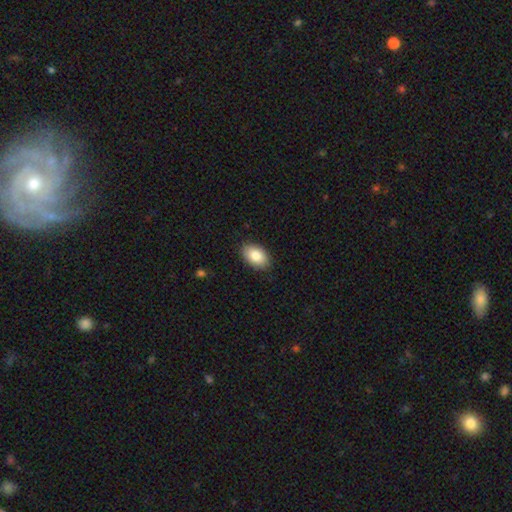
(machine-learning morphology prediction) Q: Smooth or featured?
A: smooth (85%); runner-up: featured or disk (8%)
Q: How rounded?
A: in between (91%); runner-up: round (7%)
Q: Merging?
A: none (88%); runner-up: minor disturbance (9%)